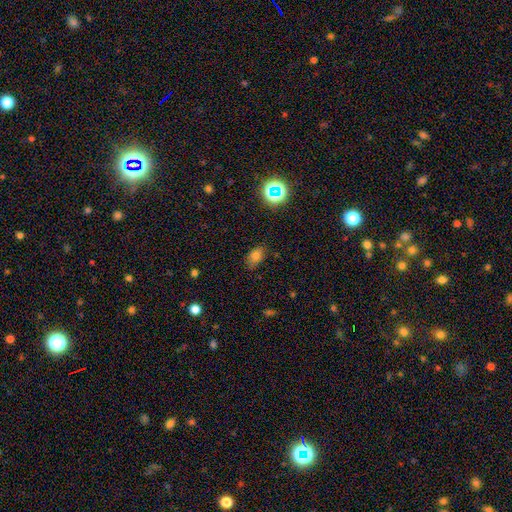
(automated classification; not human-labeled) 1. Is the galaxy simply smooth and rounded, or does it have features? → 73% smooth, 18% star or artifact, 9% featured or disk.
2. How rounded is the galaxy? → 81% in between, 17% round, 2% cigar-shaped.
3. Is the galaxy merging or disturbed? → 77% none, 17% minor disturbance, 4% major disturbance, 2% merger.